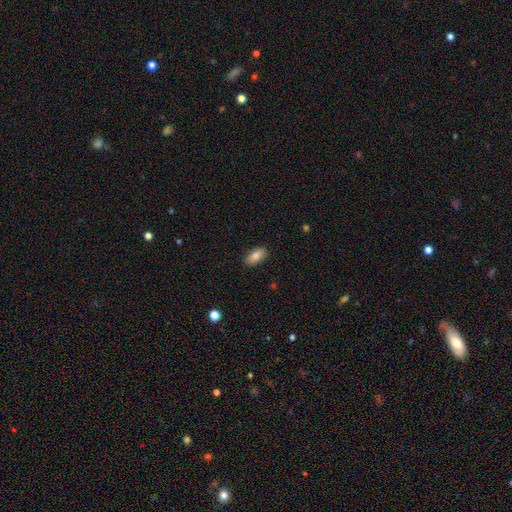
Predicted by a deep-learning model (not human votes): Q: Smooth or featured?
A: smooth (82%); runner-up: featured or disk (11%)
Q: How rounded?
A: in between (90%); runner-up: cigar-shaped (7%)
Q: Merging?
A: none (88%); runner-up: minor disturbance (9%)